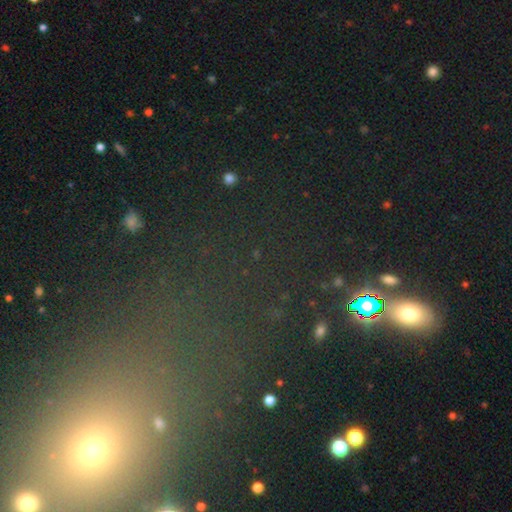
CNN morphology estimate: smooth_or_featured: star or artifact (p=0.56) [alt: smooth p=0.31]